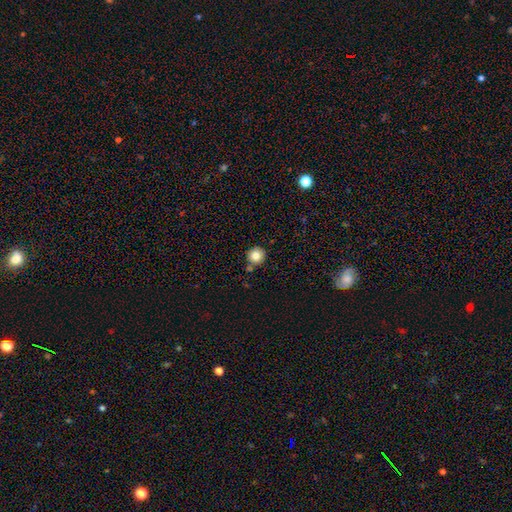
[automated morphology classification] This is clearly a smooth galaxy (81%). How rounded: clearly round (93%). Merging: likely none (78%).